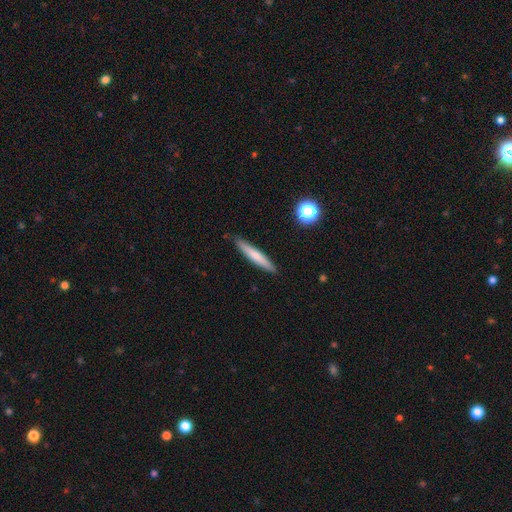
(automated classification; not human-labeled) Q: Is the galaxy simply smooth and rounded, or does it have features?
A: smooth — 67%.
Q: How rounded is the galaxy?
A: cigar-shaped — 94%.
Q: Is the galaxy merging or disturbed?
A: none — 89%.